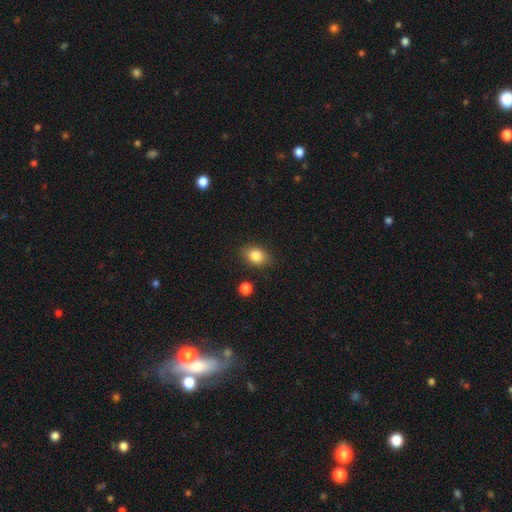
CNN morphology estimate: A smooth galaxy with no disk features (84%) that is in between round and cigar-shaped (68%). Merging: none (84%).